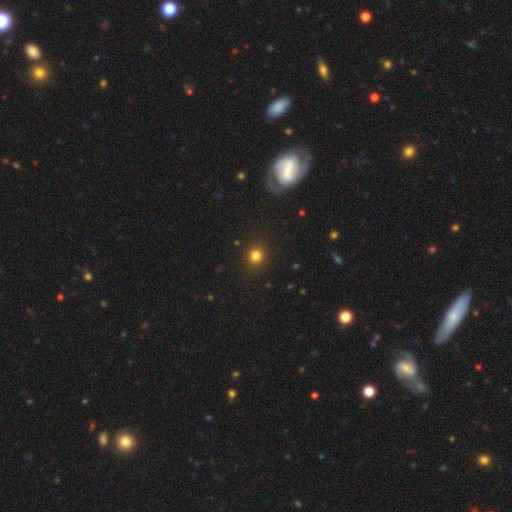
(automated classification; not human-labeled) The model was most divided on "smooth or featured": smooth: 81%, star or artifact: 14%, featured or disk: 5%. More confident: merging — none (91%); how rounded — round (89%).